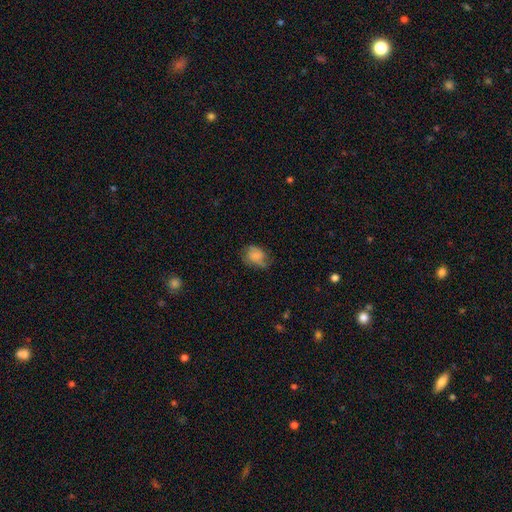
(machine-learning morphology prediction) A smooth galaxy with no disk features (63%) that is in between round and cigar-shaped (59%).

Vote fractions:
- Smooth or featured? smooth: 63% / featured or disk: 28% / star or artifact: 9%
- How rounded? in between: 59% / round: 40% / cigar-shaped: 1%
- Merging? none: 51% / minor disturbance: 31% / major disturbance: 16% / merger: 2%